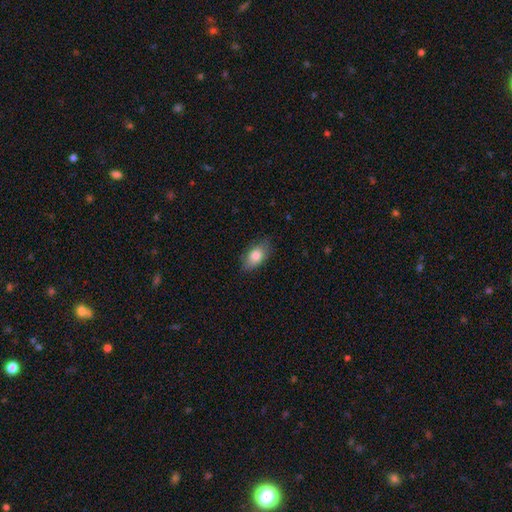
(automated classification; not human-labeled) Smooth or featured?
  - smooth: 81% *
  - featured or disk: 12%
  - star or artifact: 7%
How rounded?
  - in between: 90% *
  - round: 6%
  - cigar-shaped: 4%
Merging?
  - none: 80% *
  - minor disturbance: 16%
  - major disturbance: 3%
  - merger: 1%